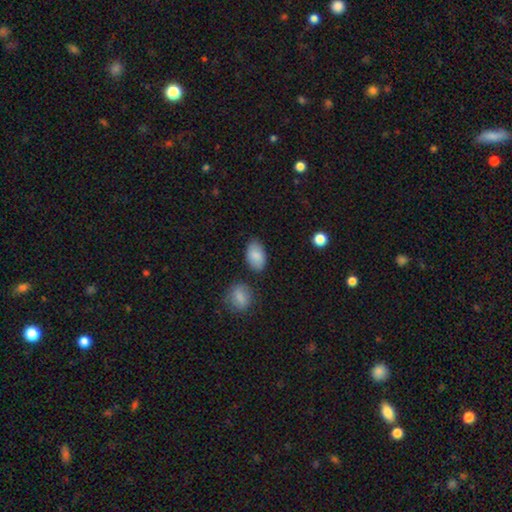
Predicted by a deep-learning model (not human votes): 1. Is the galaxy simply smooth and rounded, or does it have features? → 86% smooth, 7% featured or disk, 7% star or artifact.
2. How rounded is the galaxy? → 92% in between, 7% round, 2% cigar-shaped.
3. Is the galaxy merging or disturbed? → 77% none, 14% minor disturbance, 6% merger, 3% major disturbance.